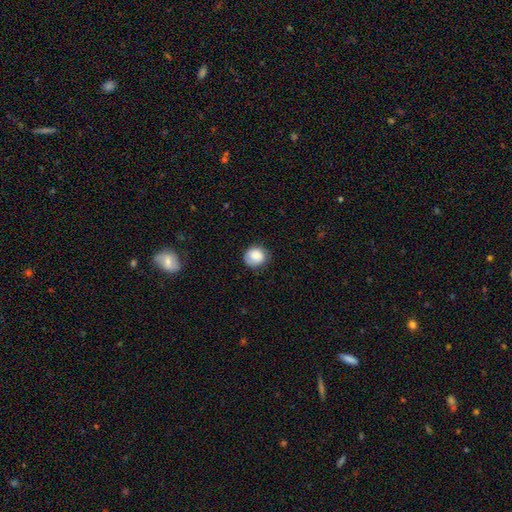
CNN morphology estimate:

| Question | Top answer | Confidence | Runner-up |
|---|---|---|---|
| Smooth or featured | smooth | 85% | star or artifact (8%) |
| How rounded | round | 79% | in between (20%) |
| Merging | none | 73% | minor disturbance (21%) |